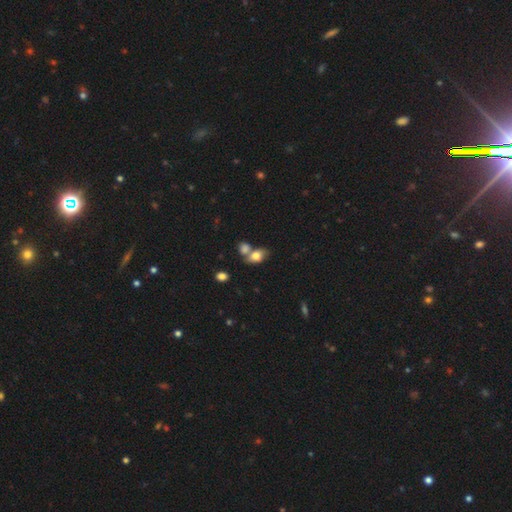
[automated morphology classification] Smooth or featured: smooth — 76% (featured or disk — 15%)
How rounded: in between — 78% (round — 20%)
Merging: merger — 46% (none — 36%)